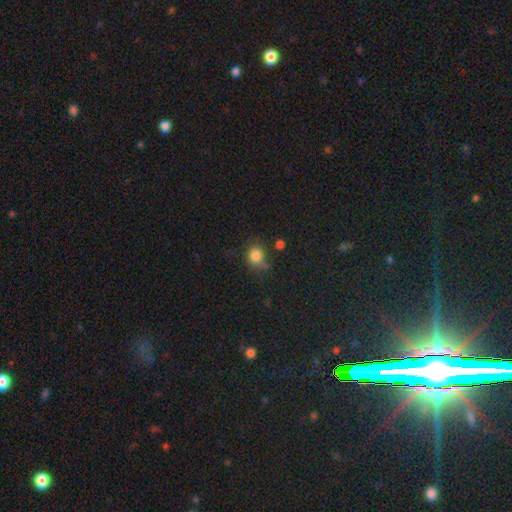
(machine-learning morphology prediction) Smooth or featured? smooth (82%)
How rounded? round (79%)
Merging? none (60%)